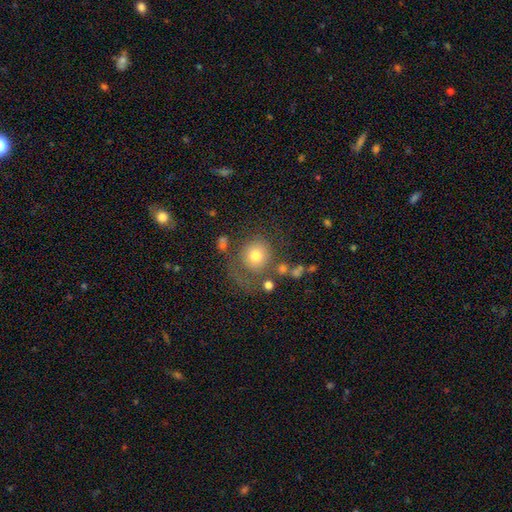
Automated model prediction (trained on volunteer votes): This appears to be a smooth galaxy with no disk features (69%) that is round (84%). Merging: none (50%).